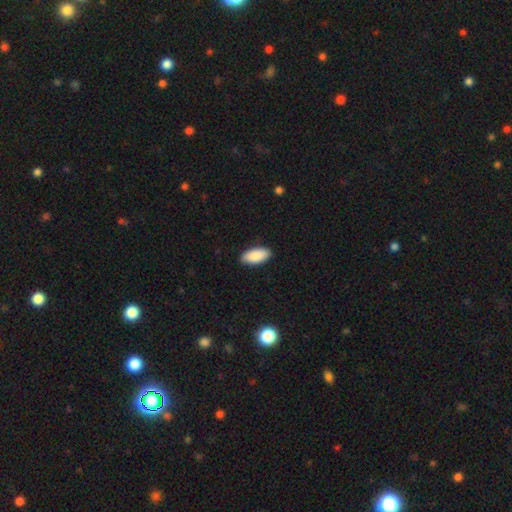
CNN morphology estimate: Overall: smooth (89%). How rounded: in between (92%). Merging: none (89%).